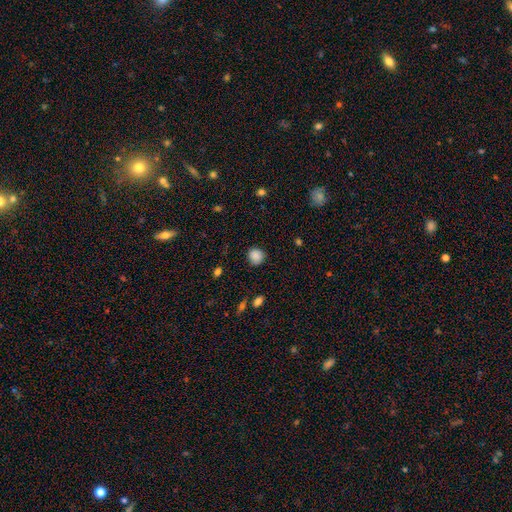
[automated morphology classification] Q: Smooth or featured?
A: smooth (87%); runner-up: star or artifact (9%)
Q: How rounded?
A: round (86%); runner-up: in between (13%)
Q: Merging?
A: none (84%); runner-up: minor disturbance (12%)